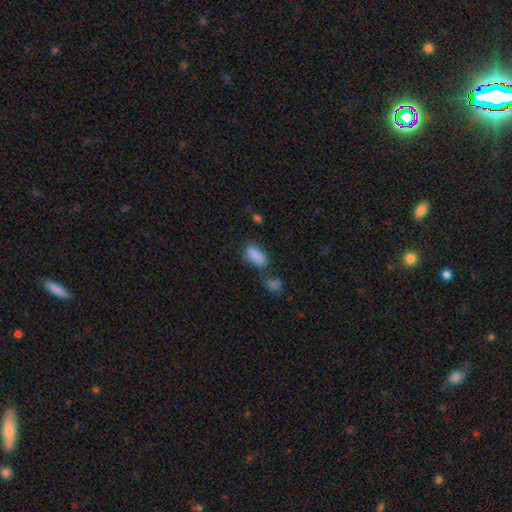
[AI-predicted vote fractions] A smooth galaxy with no disk features (87%) that is in between round and cigar-shaped (90%).

Vote fractions:
- Smooth or featured? smooth: 87% / star or artifact: 8% / featured or disk: 5%
- How rounded? in between: 90% / cigar-shaped: 7% / round: 3%
- Merging? none: 59% / merger: 18% / minor disturbance: 17% / major disturbance: 6%